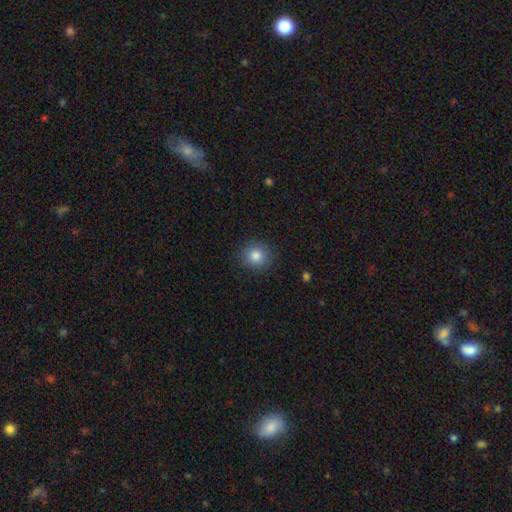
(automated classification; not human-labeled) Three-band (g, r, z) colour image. It shows a smooth galaxy with no disk features (83%) that is round (88%). Merging: none (88%).